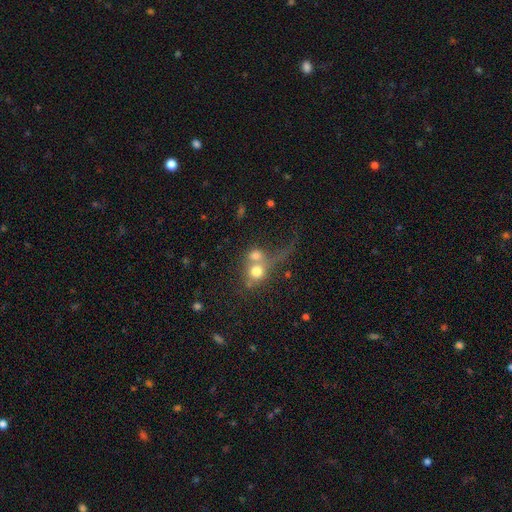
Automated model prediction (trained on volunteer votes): A smooth galaxy with no disk features (64%) that is round (75%). Merging: merger (62%).